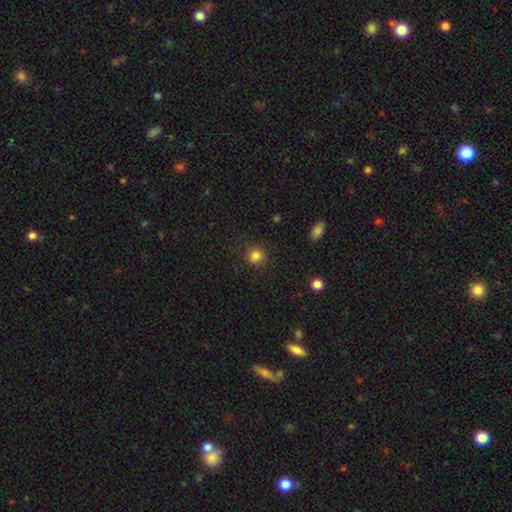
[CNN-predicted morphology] Smooth or featured: smooth — 82% (star or artifact — 13%)
How rounded: round — 87% (in between — 12%)
Merging: none — 85% (minor disturbance — 10%)